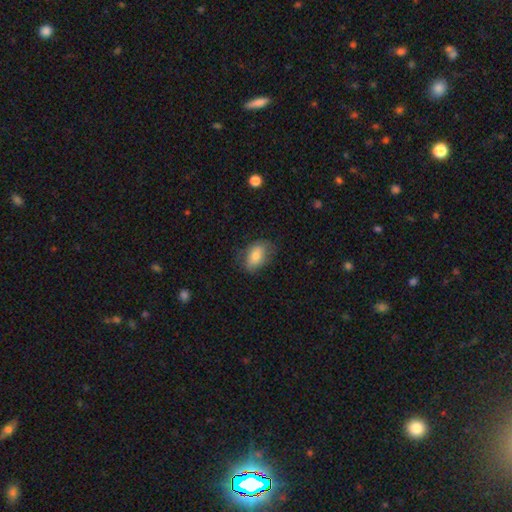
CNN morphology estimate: smooth_or_featured: smooth (p=0.73) [alt: featured or disk p=0.20]
how_rounded: in between (p=0.87) [alt: round p=0.10]
merging: none (p=0.67) [alt: minor disturbance p=0.24]